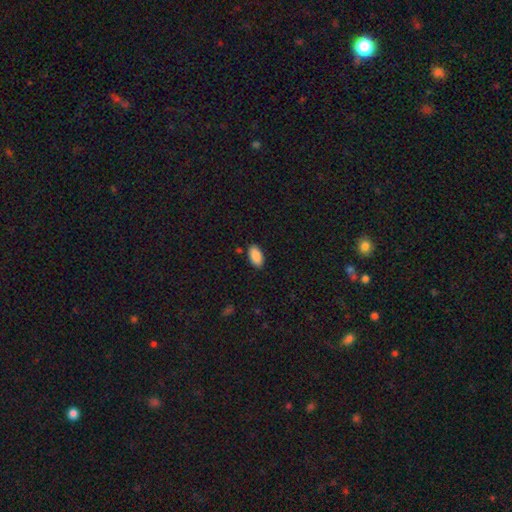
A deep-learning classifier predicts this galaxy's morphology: The model was most divided on "merging": none: 87%, minor disturbance: 9%, major disturbance: 2%, merger: 2%. More confident: how rounded — in between (95%); smooth or featured — smooth (90%).